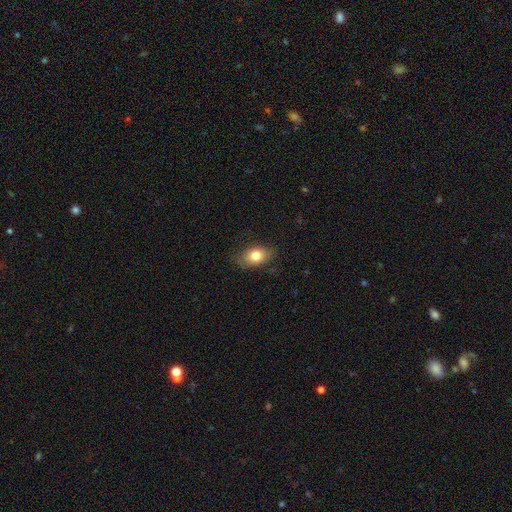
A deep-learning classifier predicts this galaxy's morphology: Smooth or featured? smooth (77%)
How rounded? in between (84%)
Merging? none (75%)